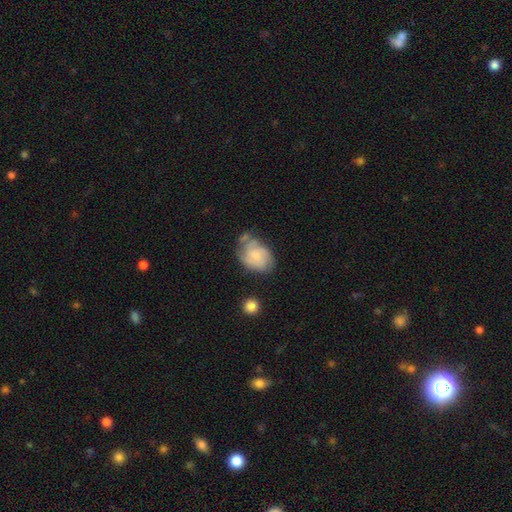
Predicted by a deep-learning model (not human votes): Smooth or featured? Predicted: featured or disk (p=0.53). Edge-on disk? Predicted: no (p=0.97). Bar? Predicted: no (p=0.69). Spiral arms? Predicted: yes (p=0.85). Bulge size? Predicted: small (p=0.48). Merging? Predicted: none (p=0.49).